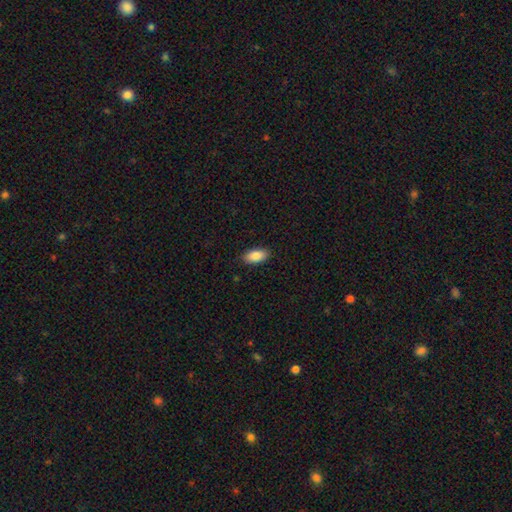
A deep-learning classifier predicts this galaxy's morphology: This is clearly a smooth galaxy (86%). How rounded: clearly in between (92%). Merging: clearly none (88%).